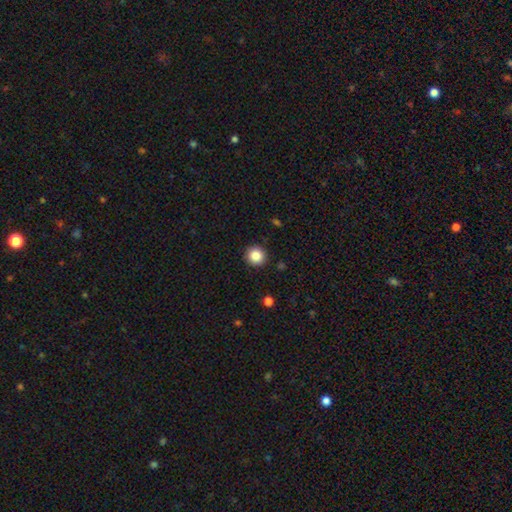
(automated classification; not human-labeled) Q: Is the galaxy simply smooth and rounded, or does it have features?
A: smooth — 86%.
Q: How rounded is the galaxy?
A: round — 94%.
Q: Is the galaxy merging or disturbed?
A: none — 92%.